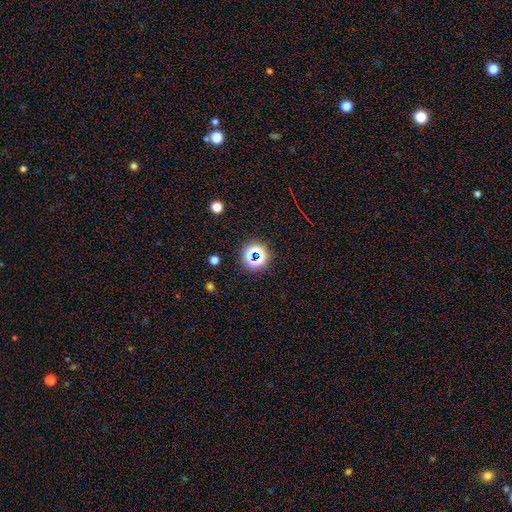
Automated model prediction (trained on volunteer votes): Morphology: type=star or artifact (62%).